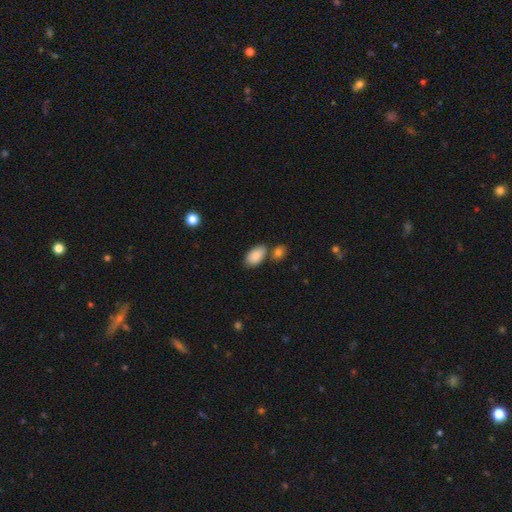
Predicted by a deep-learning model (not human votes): This is clearly a smooth galaxy (88%). How rounded: clearly in between (94%). Merging: likely none (67%).